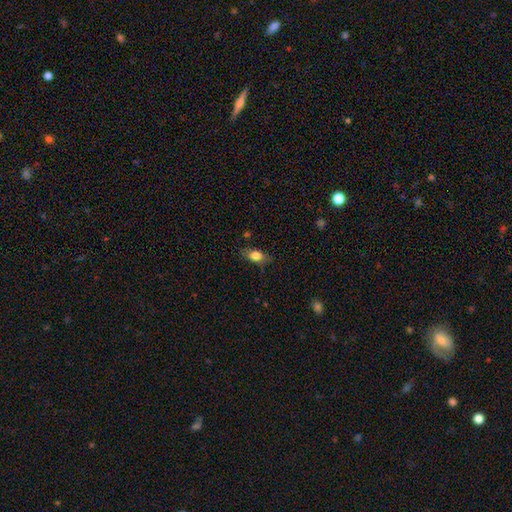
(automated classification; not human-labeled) Morphology: type=smooth (79%); roundness=in between (82%); merging=none (78%).